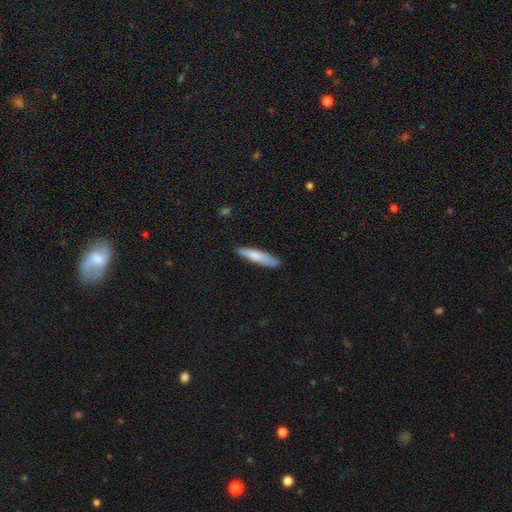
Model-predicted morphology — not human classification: Q: Smooth or featured?
A: smooth (76%); runner-up: featured or disk (19%)
Q: How rounded?
A: cigar-shaped (82%); runner-up: in between (17%)
Q: Merging?
A: none (78%); runner-up: minor disturbance (17%)